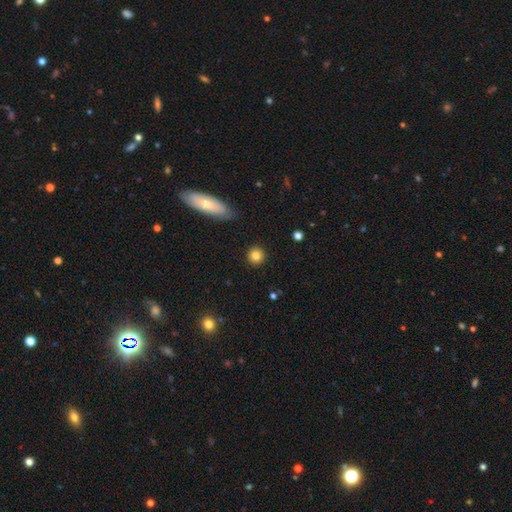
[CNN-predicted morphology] Q: Smooth or featured?
A: smooth (83%); runner-up: star or artifact (10%)
Q: How rounded?
A: round (92%); runner-up: in between (7%)
Q: Merging?
A: none (91%); runner-up: minor disturbance (6%)